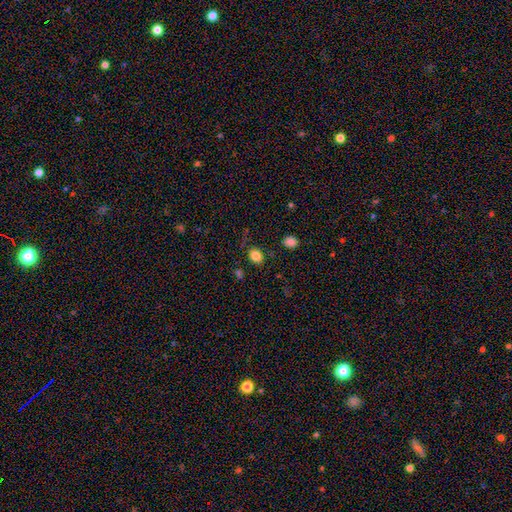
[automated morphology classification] This appears to be a smooth galaxy with no disk features (84%) that is in between round and cigar-shaped (60%). Merging: none (81%).